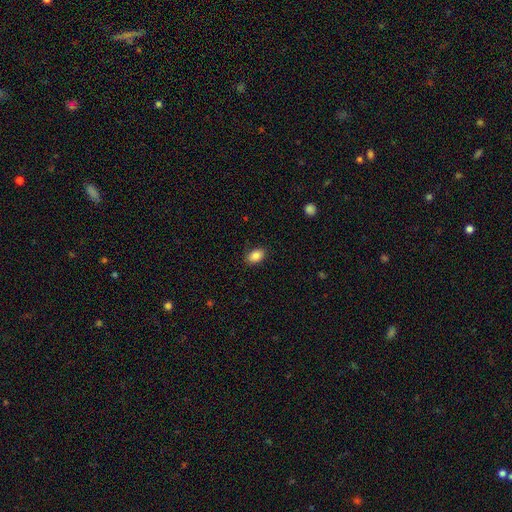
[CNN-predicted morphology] smooth 87%, star or artifact 8%, featured or disk 5%. Down the decision tree: how rounded — in between (85%); merging — none (87%).